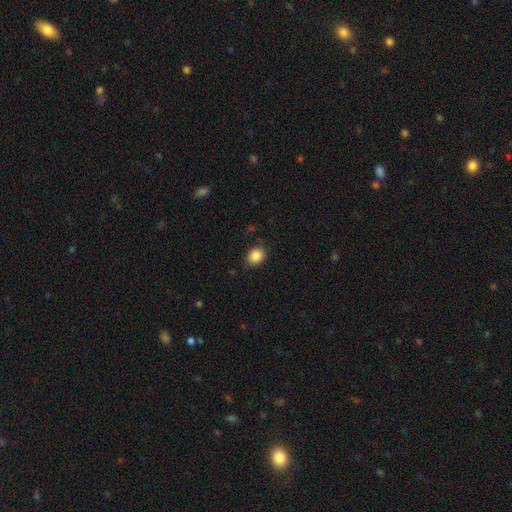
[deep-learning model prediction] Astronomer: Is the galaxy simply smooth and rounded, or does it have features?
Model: smooth — 87%.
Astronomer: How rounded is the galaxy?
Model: round — 57% (runner-up: in between, 42%).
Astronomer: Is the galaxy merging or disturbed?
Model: none — 83%.